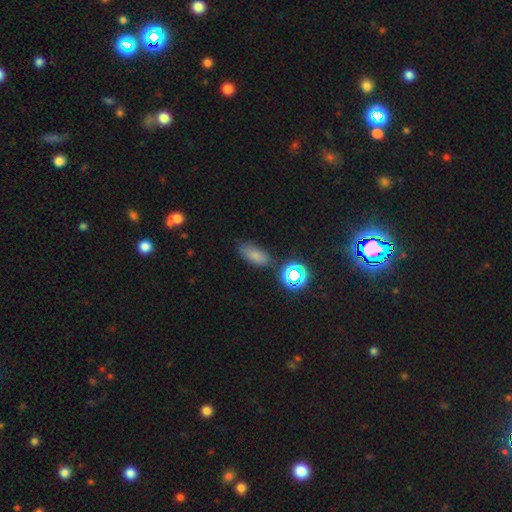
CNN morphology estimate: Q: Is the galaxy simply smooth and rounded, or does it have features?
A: smooth — 70%.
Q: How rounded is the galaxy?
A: in between — 82%.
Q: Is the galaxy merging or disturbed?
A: none — 70%.